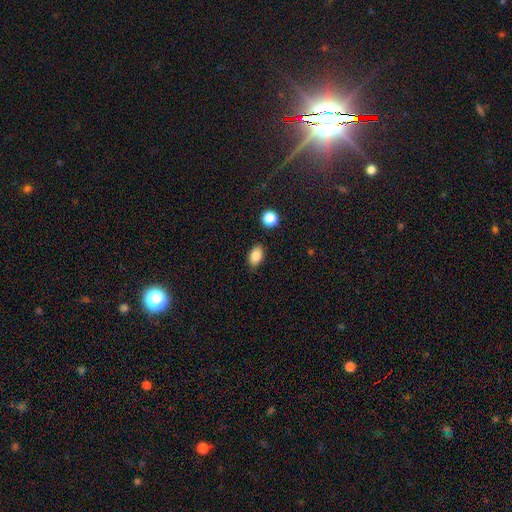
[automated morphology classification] Q: Smooth or featured?
A: smooth (83%); runner-up: star or artifact (9%)
Q: How rounded?
A: in between (86%); runner-up: round (12%)
Q: Merging?
A: none (84%); runner-up: minor disturbance (11%)